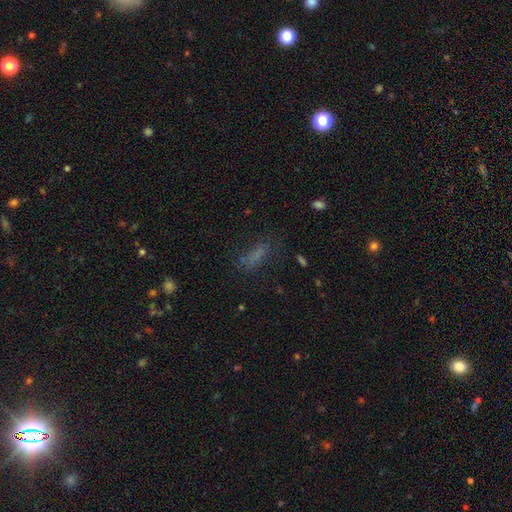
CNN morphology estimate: Q: Smooth or featured?
A: smooth (64%); runner-up: star or artifact (21%)
Q: How rounded?
A: in between (55%); runner-up: cigar-shaped (40%)
Q: Merging?
A: none (62%); runner-up: minor disturbance (20%)